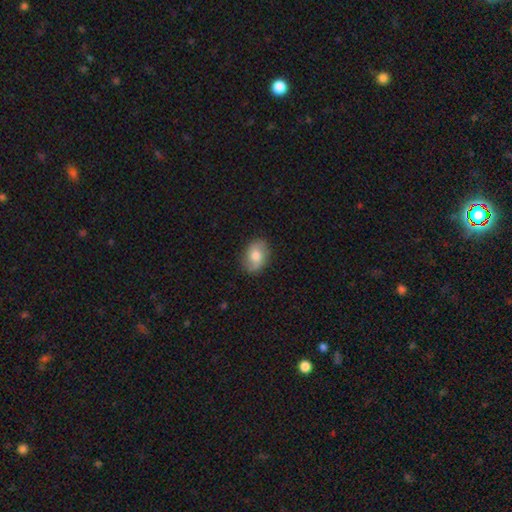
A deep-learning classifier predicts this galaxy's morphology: The model was most divided on "smooth or featured": smooth: 53%, featured or disk: 39%, star or artifact: 8%. More confident: merging — none (83%); how rounded — in between (69%).